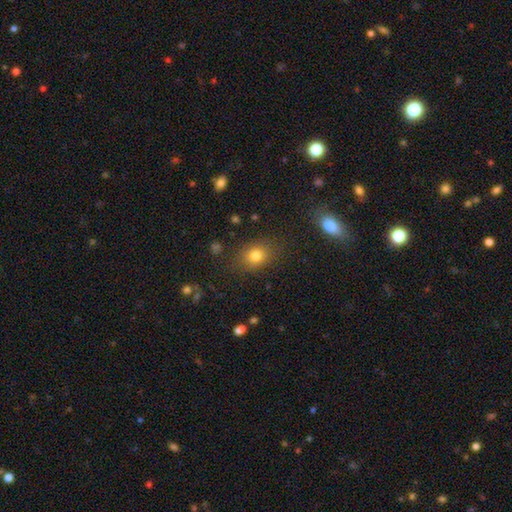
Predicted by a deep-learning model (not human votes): The model was most divided on "how rounded": in between: 50%, round: 48%, cigar-shaped: 1%. More confident: merging — none (81%); smooth or featured — smooth (78%).